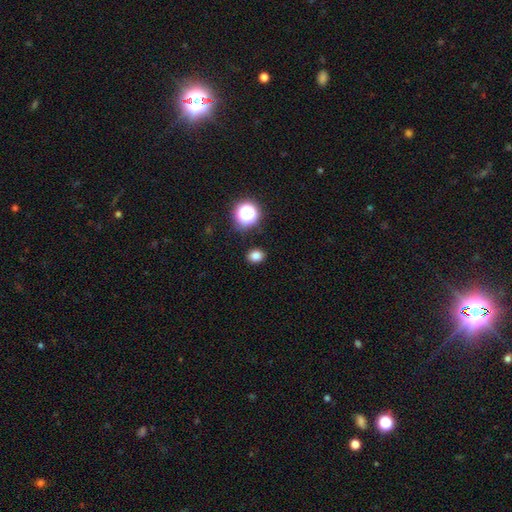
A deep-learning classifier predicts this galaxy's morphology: Overall: smooth (80%). How rounded: round (52%; in between 47%). Merging: none (88%).